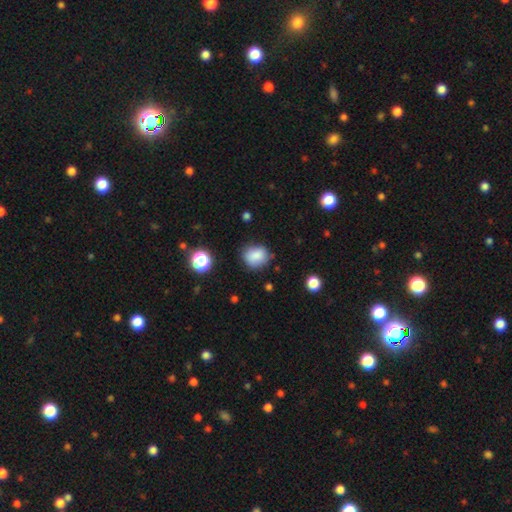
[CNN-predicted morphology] Smooth or featured? Predicted: smooth (p=0.84). How rounded? Predicted: round (p=0.64). Merging? Predicted: none (p=0.74).